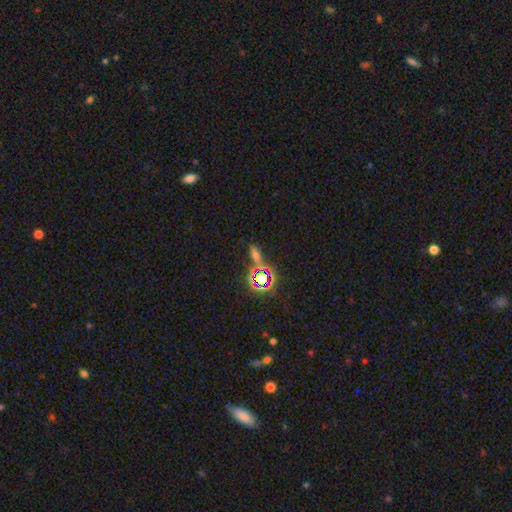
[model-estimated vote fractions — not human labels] A star or artifact, not a galaxy (47%).